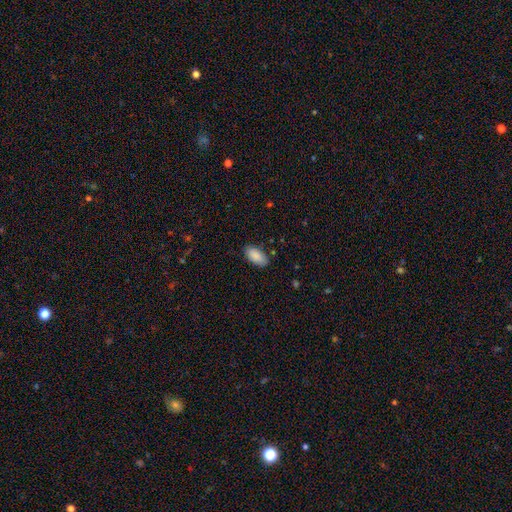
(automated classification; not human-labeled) smooth-or-featured: smooth: 89% | star or artifact: 6% | featured or disk: 4%
  how-rounded: in between: 93% | cigar-shaped: 5% | round: 2%
  merging: none: 85% | minor disturbance: 12% | major disturbance: 2% | merger: 1%